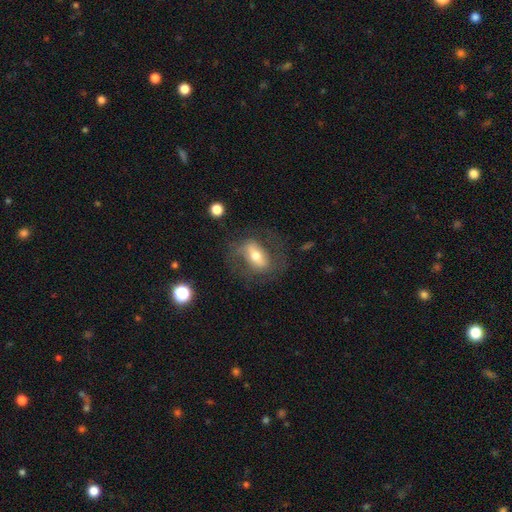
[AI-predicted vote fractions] Smooth or featured? Predicted: featured or disk (p=0.55). Edge-on disk? Predicted: no (p=0.88). Merging? Predicted: none (p=0.59).